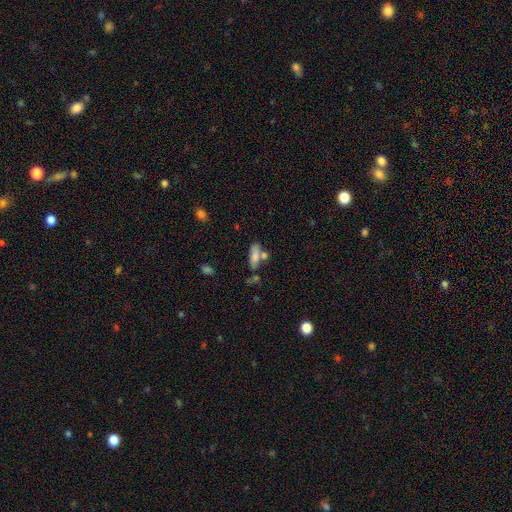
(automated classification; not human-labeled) A smooth galaxy with no disk features (74%) that is in between round and cigar-shaped (66%). Merging: none (47%).